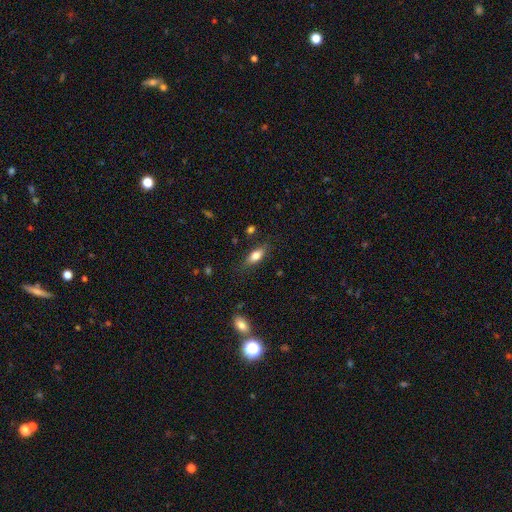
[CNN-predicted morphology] A smooth galaxy with no disk features (78%) that is in between round and cigar-shaped (79%).

Vote fractions:
- Smooth or featured? smooth: 78% / featured or disk: 14% / star or artifact: 8%
- How rounded? in between: 79% / cigar-shaped: 17% / round: 4%
- Merging? none: 79% / minor disturbance: 15% / major disturbance: 4% / merger: 2%